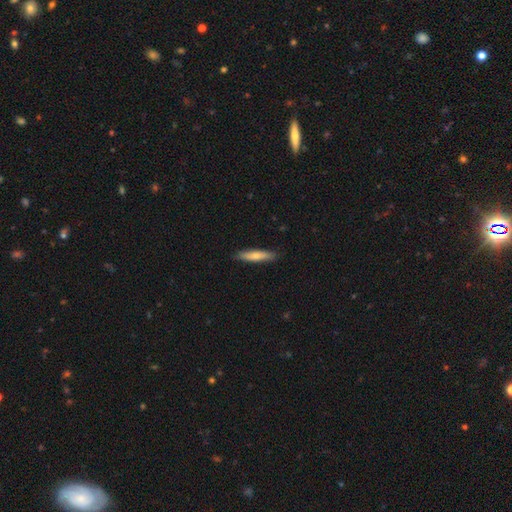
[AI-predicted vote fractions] Smooth or featured? smooth (66%)
How rounded? cigar-shaped (83%)
Merging? none (87%)